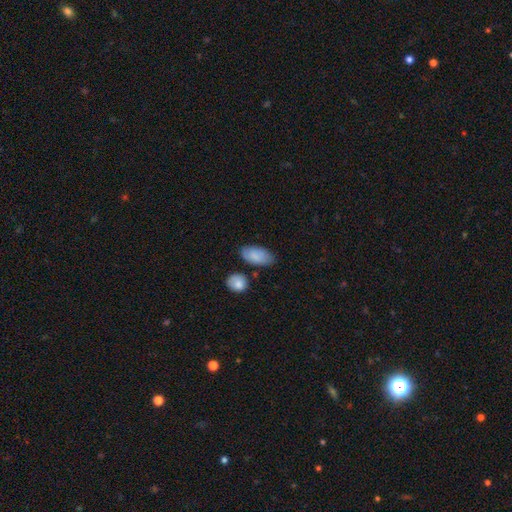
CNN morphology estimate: Smooth or featured? Predicted: smooth (p=0.83). How rounded? Predicted: in between (p=0.93). Merging? Predicted: none (p=0.72).